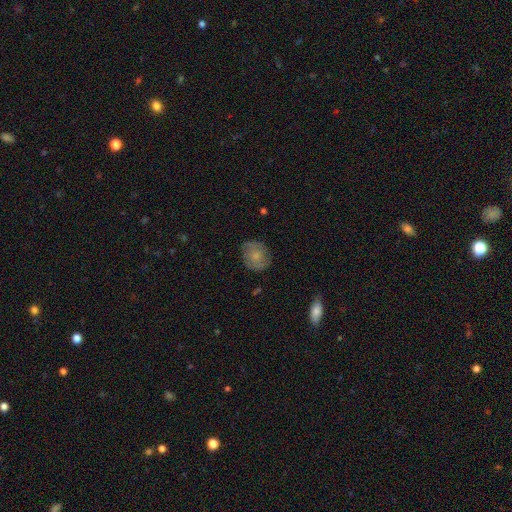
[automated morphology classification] smooth_or_featured: smooth (p=0.55) [alt: featured or disk p=0.37]
how_rounded: round (p=0.74) [alt: in between p=0.25]
merging: none (p=0.74) [alt: minor disturbance p=0.19]